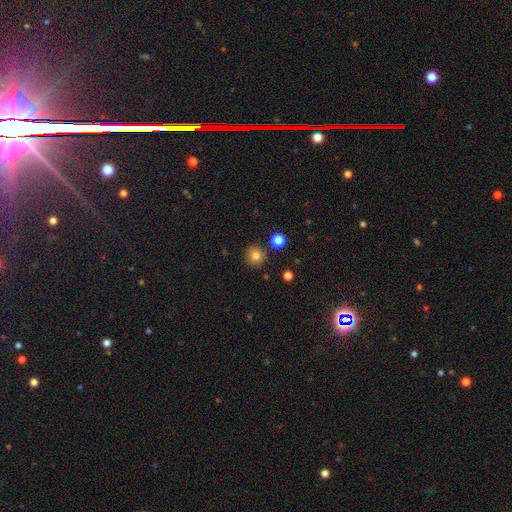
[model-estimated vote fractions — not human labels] Morphology: type=smooth (80%); roundness=round (93%); merging=none (87%).